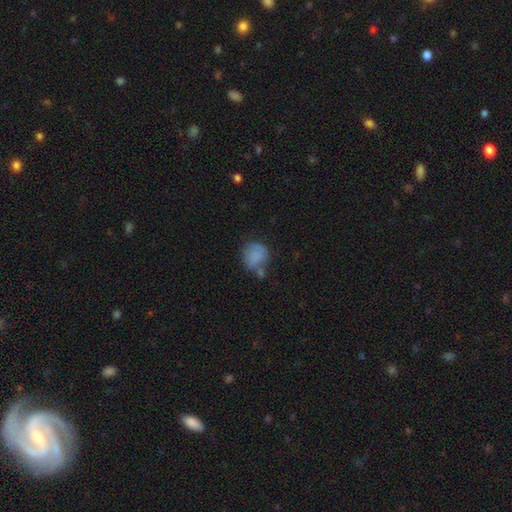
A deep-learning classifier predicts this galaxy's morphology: A smooth galaxy with no disk features (80%) that is round (75%). Merging: none (52%).